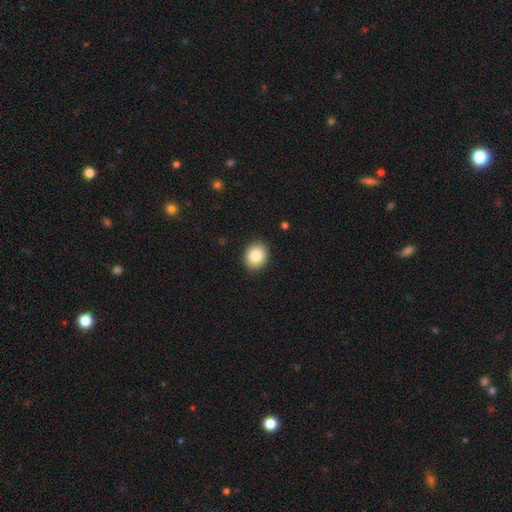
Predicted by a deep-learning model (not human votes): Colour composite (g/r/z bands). It shows a smooth galaxy with no disk features (84%) that is round (59%). Merging: none (90%).